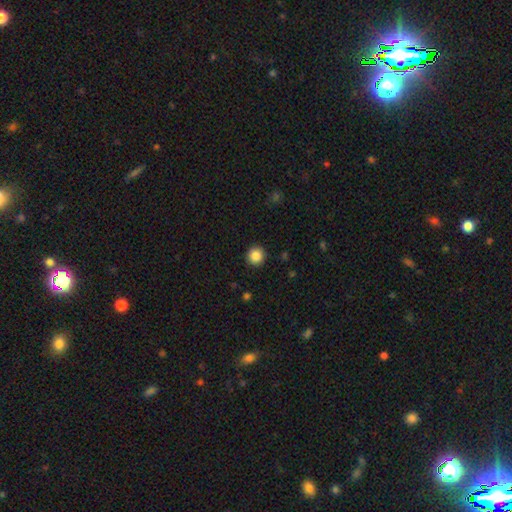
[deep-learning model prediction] Smooth or featured?
  - smooth: 86% *
  - star or artifact: 10%
  - featured or disk: 4%
How rounded?
  - round: 94% *
  - in between: 5%
  - cigar-shaped: 1%
Merging?
  - none: 92% *
  - minor disturbance: 5%
  - major disturbance: 2%
  - merger: 1%